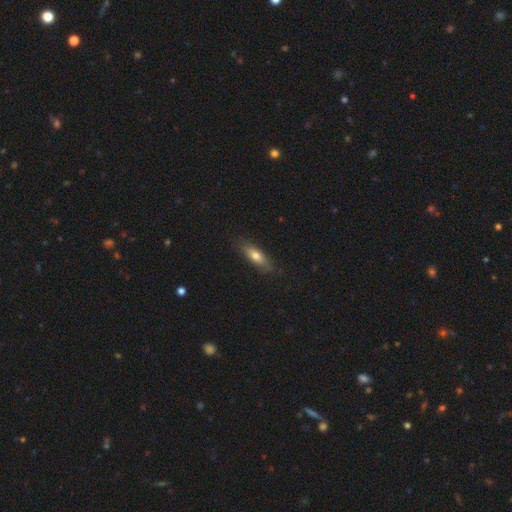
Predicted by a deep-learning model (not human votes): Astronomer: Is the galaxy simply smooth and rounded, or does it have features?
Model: smooth — 69%.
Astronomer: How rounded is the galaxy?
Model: in between — 52% (runner-up: cigar-shaped, 45%).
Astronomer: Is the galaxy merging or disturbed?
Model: none — 80%.